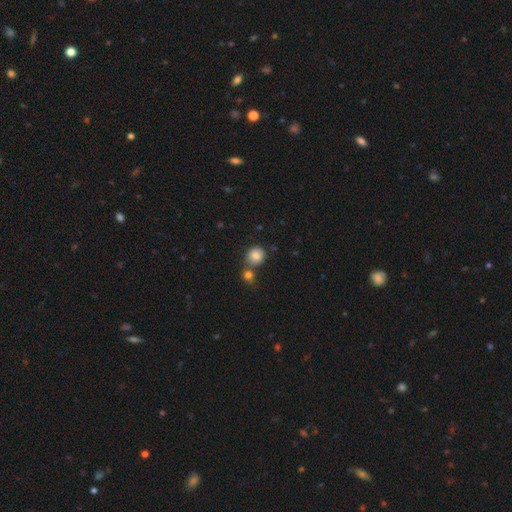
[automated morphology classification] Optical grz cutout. It shows a smooth galaxy with no disk features (83%) that is round (84%). Merging: none (62%).